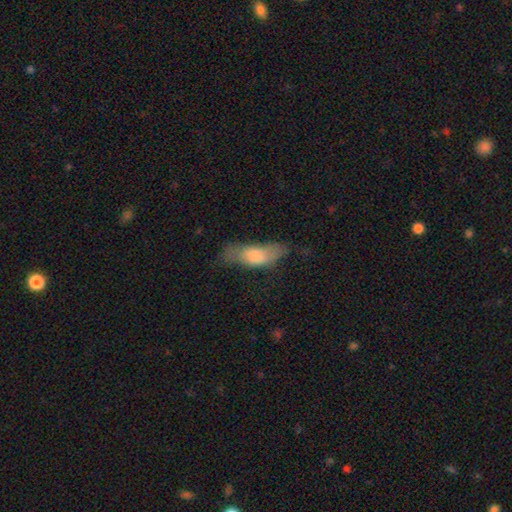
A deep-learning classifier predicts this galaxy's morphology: Smooth or featured?
  - smooth: 71% *
  - featured or disk: 21%
  - star or artifact: 8%
How rounded?
  - in between: 65% *
  - cigar-shaped: 32%
  - round: 2%
Merging?
  - none: 42% *
  - minor disturbance: 32%
  - major disturbance: 23%
  - merger: 4%